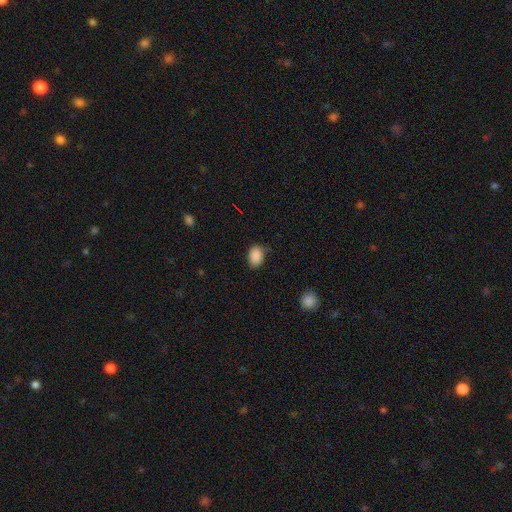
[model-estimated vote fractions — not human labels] smooth 88%, star or artifact 8%, featured or disk 3%. Down the decision tree: how rounded — in between (73%); merging — none (77%).